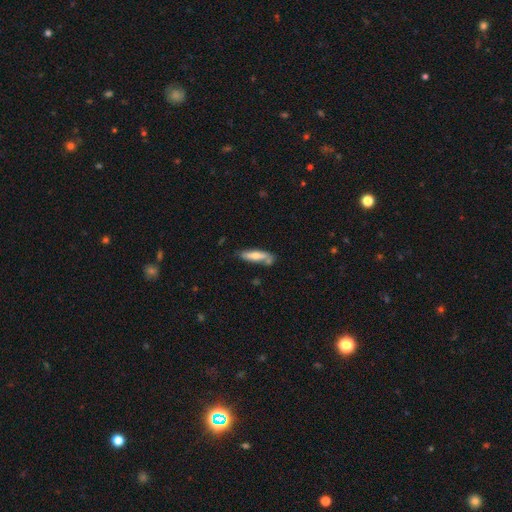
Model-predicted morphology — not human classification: A smooth galaxy with no disk features (61%) that is cigar-shaped (62%). Merging: none (59%).